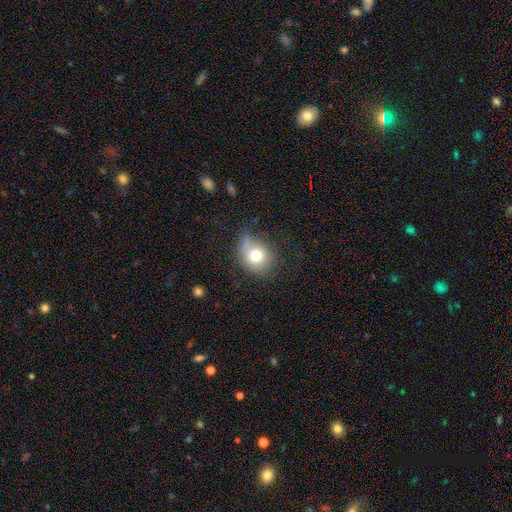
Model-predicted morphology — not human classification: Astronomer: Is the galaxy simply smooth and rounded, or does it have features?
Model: smooth — 72%.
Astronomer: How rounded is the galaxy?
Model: round — 64%.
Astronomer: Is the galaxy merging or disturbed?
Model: none — 55%.